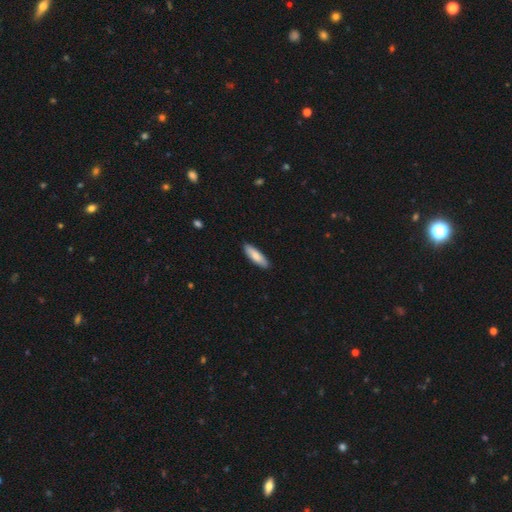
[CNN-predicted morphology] This is clearly a smooth galaxy (80%). How rounded: possibly cigar-shaped (54%). Merging: clearly none (90%).